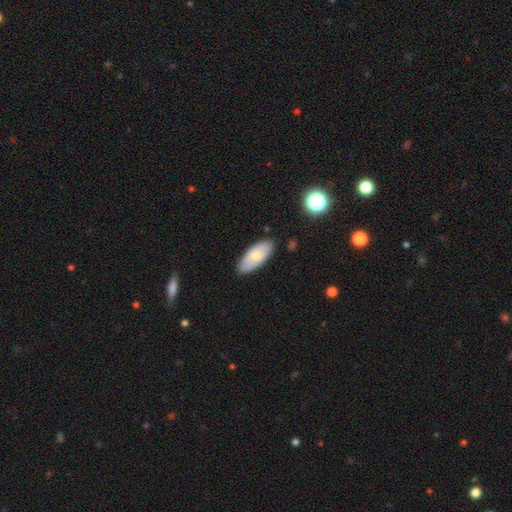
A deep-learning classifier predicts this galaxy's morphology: A smooth galaxy with no disk features (71%) that is in between round and cigar-shaped (85%). Merging: none (86%).